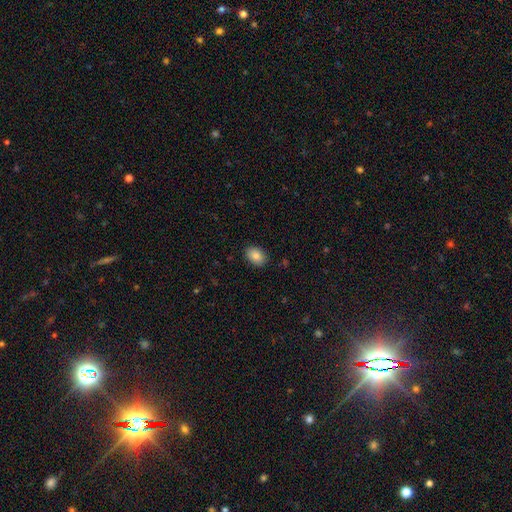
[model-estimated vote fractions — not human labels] This appears to be a smooth galaxy with no disk features (85%) that is in between round and cigar-shaped (79%). Merging: none (89%).